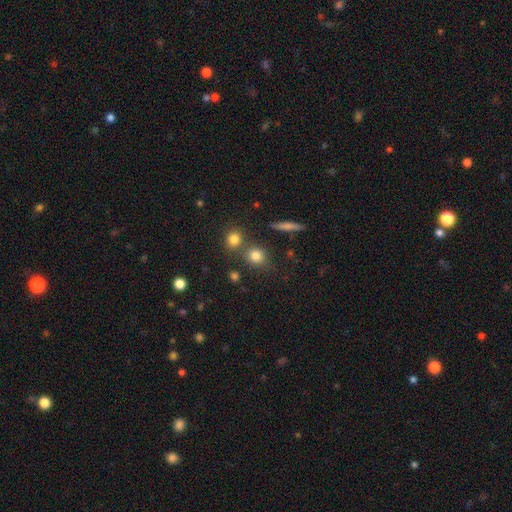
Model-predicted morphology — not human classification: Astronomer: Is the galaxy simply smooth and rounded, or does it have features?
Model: smooth — 80%.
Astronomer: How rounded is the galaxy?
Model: round — 79%.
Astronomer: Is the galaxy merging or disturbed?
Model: none — 70%.